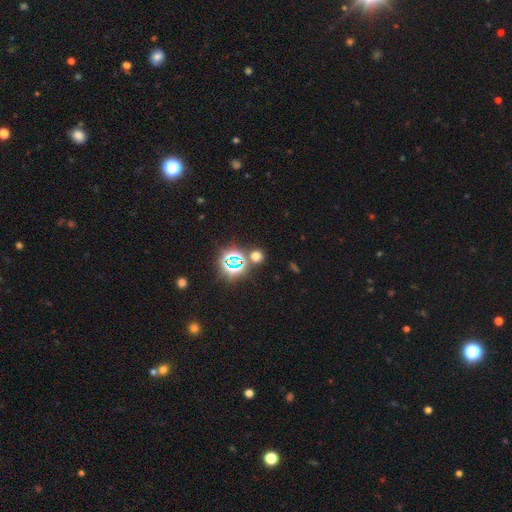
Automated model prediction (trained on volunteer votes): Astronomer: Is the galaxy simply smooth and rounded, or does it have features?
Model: smooth — 51% (runner-up: star or artifact, 43%).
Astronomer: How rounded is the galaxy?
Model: round — 84%.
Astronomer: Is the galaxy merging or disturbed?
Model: none — 78%.